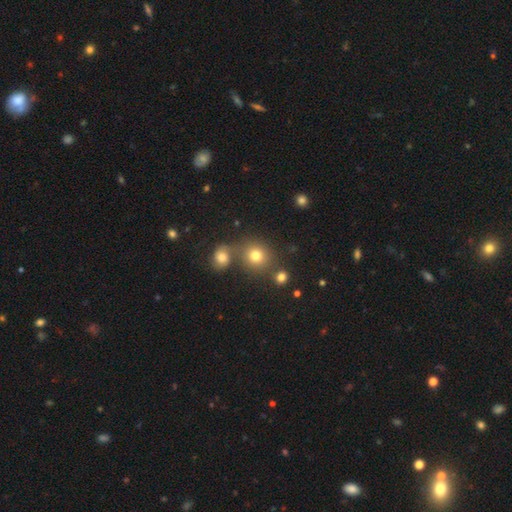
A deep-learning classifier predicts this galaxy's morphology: Smooth or featured: smooth — 76% (star or artifact — 14%)
How rounded: round — 85% (in between — 14%)
Merging: none — 60% (merger — 28%)